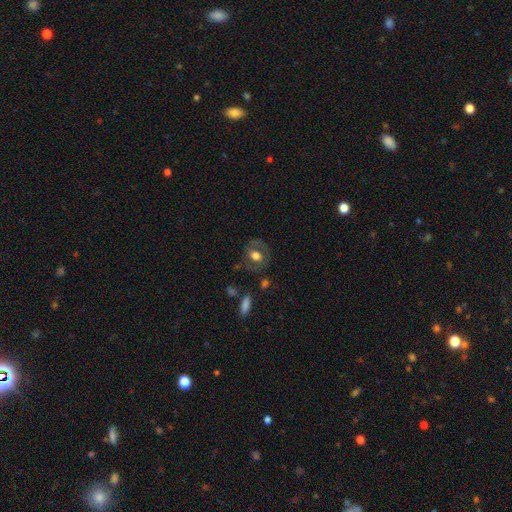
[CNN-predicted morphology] Smooth or featured? Predicted: smooth (p=0.50). Merging? Predicted: none (p=0.73).